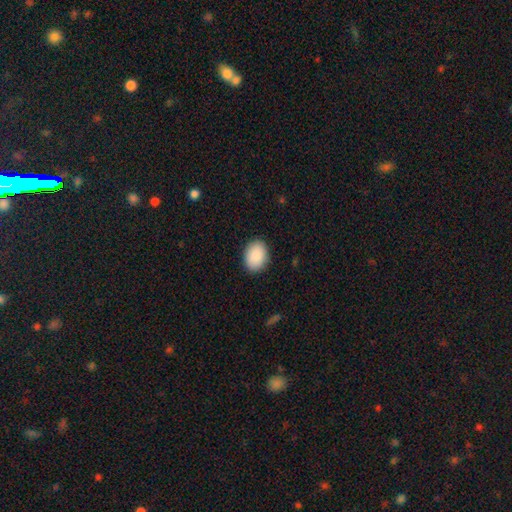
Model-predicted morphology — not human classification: The model was most divided on "how rounded": in between: 74%, round: 25%, cigar-shaped: 1%. More confident: smooth or featured — smooth (91%); merging — none (89%).